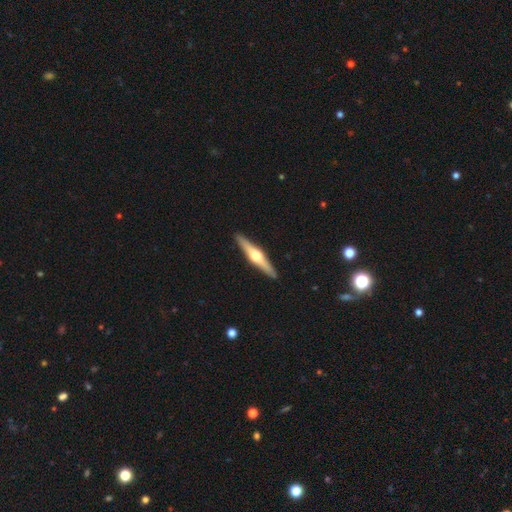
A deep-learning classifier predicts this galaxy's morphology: This appears to be a featured or disk galaxy (73%) viewed edge-on (98%) with a rounded central bulge (96%). Merging: none (92%).